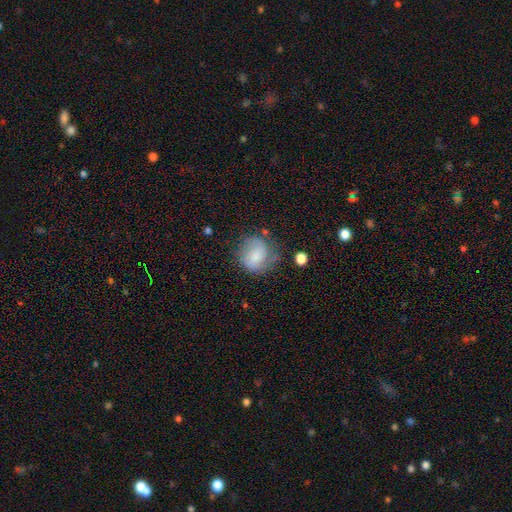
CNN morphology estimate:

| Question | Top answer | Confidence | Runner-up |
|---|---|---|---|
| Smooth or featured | smooth | 57% | featured or disk (35%) |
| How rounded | round | 77% | in between (22%) |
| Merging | none | 53% | minor disturbance (28%) |